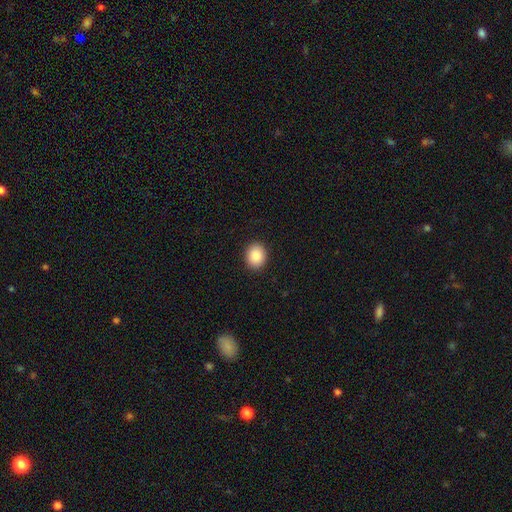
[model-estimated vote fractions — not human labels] Smooth or featured: smooth — 87% (star or artifact — 8%)
How rounded: round — 59% (in between — 41%)
Merging: none — 92% (minor disturbance — 6%)